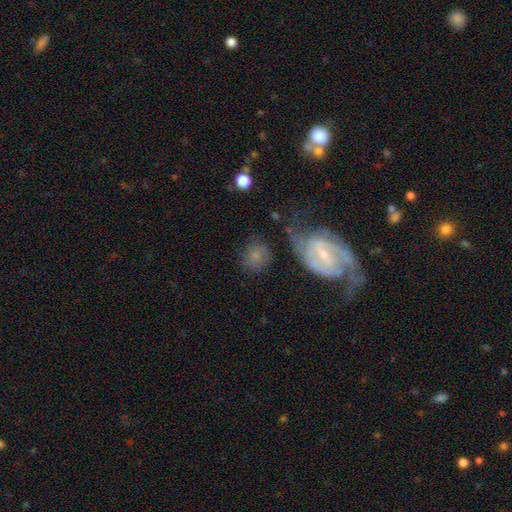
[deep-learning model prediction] Smooth or featured? Predicted: smooth (p=0.59). How rounded? Predicted: round (p=0.70). Merging? Predicted: none (p=0.60).